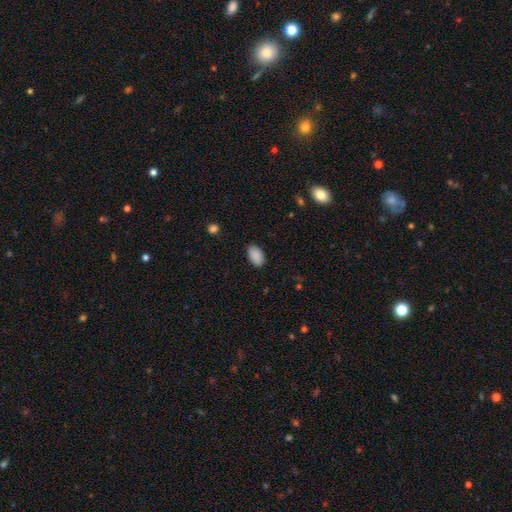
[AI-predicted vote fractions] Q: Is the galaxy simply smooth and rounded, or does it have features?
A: smooth — 90%.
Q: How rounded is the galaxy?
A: in between — 93%.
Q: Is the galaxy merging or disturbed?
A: none — 87%.